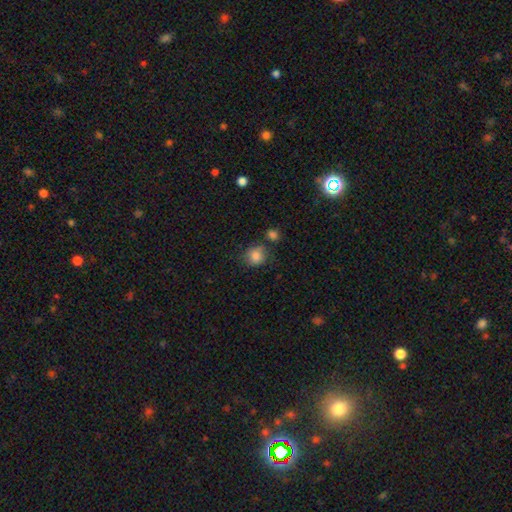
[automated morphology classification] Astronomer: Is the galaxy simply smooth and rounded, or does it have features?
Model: smooth — 84%.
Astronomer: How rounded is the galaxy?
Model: round — 76%.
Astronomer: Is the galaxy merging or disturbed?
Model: none — 69%.